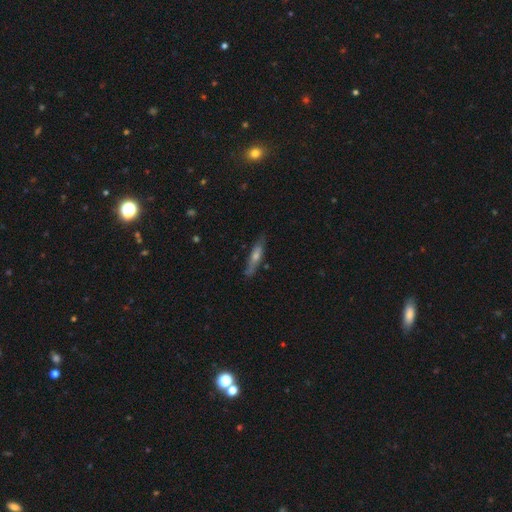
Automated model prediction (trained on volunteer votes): Smooth or featured?
  - featured or disk: 52% *
  - smooth: 39%
  - star or artifact: 9%
Edge-on disk?
  - yes: 78% *
  - no: 22%
Merging?
  - none: 82% *
  - minor disturbance: 14%
  - major disturbance: 3%
  - merger: 2%